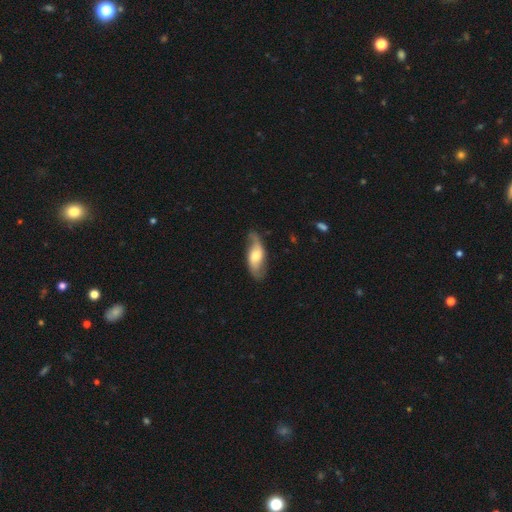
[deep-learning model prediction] smooth_or_featured: featured or disk (p=0.62) [alt: smooth p=0.32]
disk_edge_on: no (p=0.85) [alt: yes p=0.15]
bar: no (p=0.55) [alt: weak p=0.35]
has_spiral_arms: yes (p=0.87) [alt: no p=0.13]
bulge_size: moderate (p=0.58) [alt: small p=0.20]
merging: none (p=0.72) [alt: minor disturbance p=0.20]